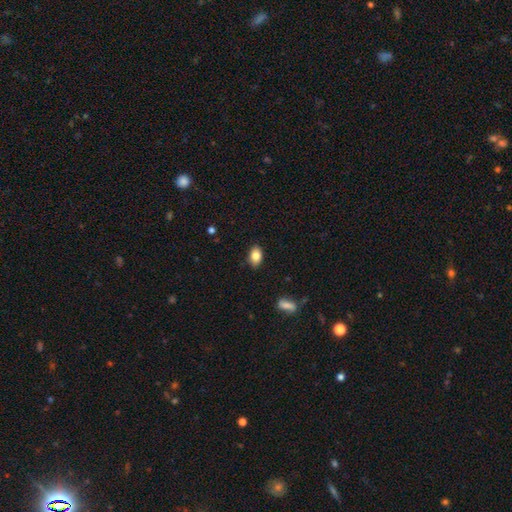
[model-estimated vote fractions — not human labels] Morphology: type=smooth (84%); roundness=in between (86%); merging=none (86%).